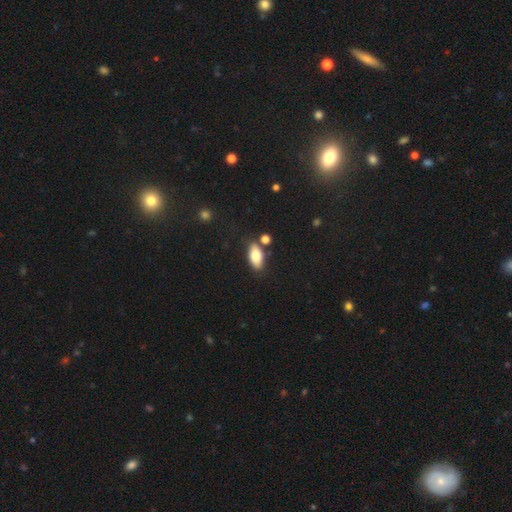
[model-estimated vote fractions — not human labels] This is likely a smooth galaxy (79%). How rounded: clearly in between (88%). Merging: likely none (75%).